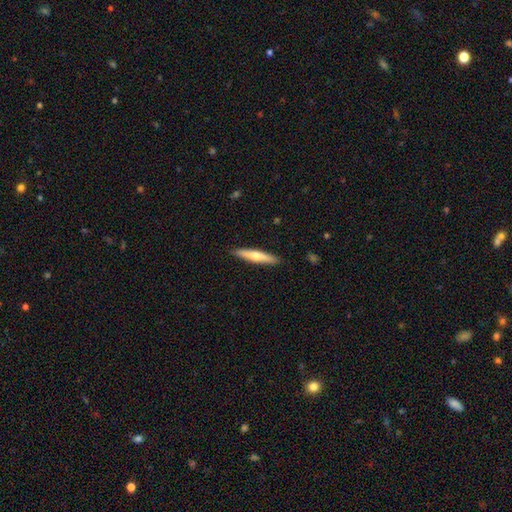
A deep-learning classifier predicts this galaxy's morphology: Overall: smooth (55%; featured or disk 39%). How rounded: cigar-shaped (90%). Merging: none (90%).